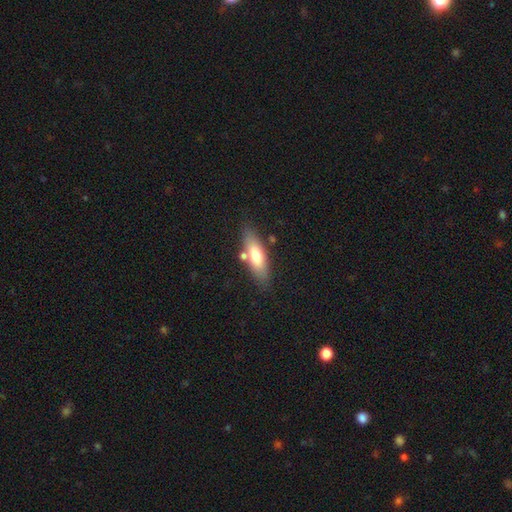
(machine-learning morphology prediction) A smooth galaxy with no disk features (66%) that is in between round and cigar-shaped (56%).

Vote fractions:
- Smooth or featured? smooth: 66% / featured or disk: 27% / star or artifact: 7%
- How rounded? in between: 56% / cigar-shaped: 42% / round: 3%
- Merging? none: 75% / minor disturbance: 13% / merger: 9% / major disturbance: 3%